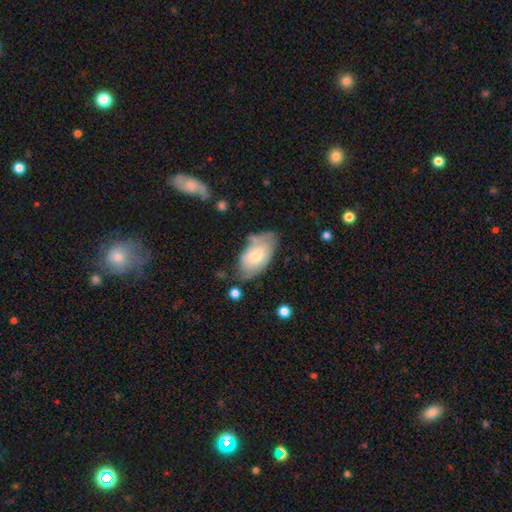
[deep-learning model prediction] smooth-or-featured: smooth: 61% | featured or disk: 34% | star or artifact: 6%
  how-rounded: in between: 94% | round: 4% | cigar-shaped: 2%
  merging: none: 55% | minor disturbance: 29% | major disturbance: 9% | merger: 7%